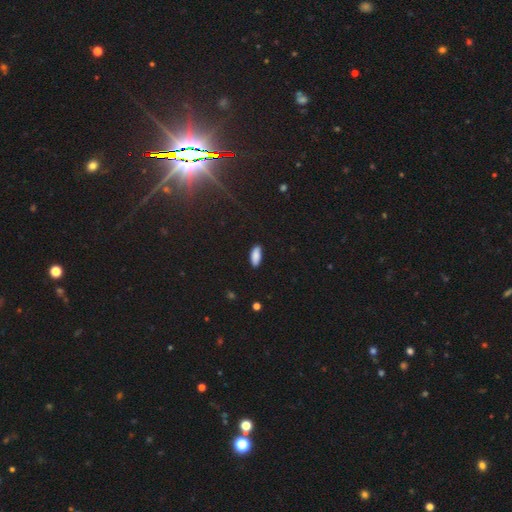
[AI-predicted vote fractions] The model was most divided on "how rounded": in between: 82%, cigar-shaped: 16%, round: 2%. More confident: smooth or featured — smooth (87%); merging — none (86%).